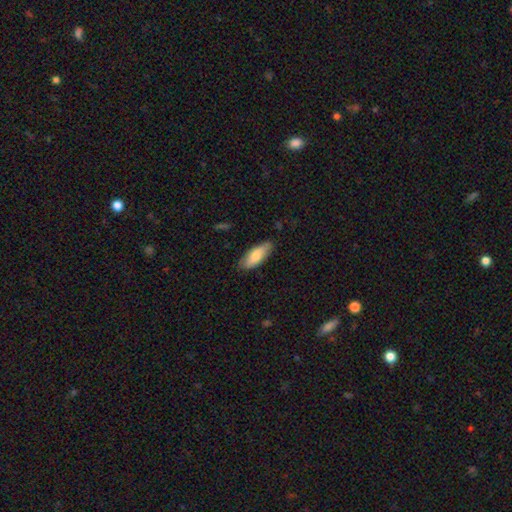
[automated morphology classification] Smooth or featured? smooth (77%)
How rounded? in between (74%)
Merging? none (78%)